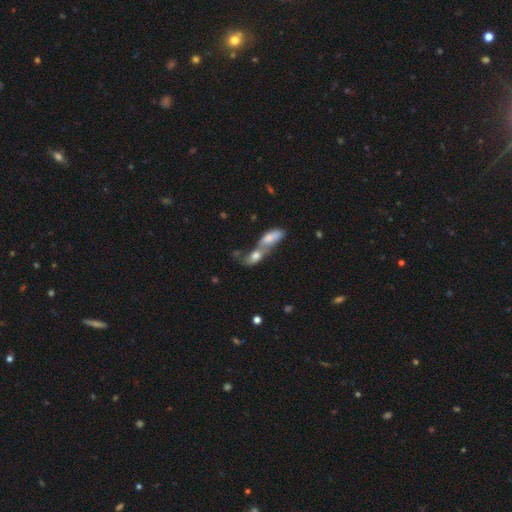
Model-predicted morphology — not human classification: Q: Smooth or featured?
A: smooth (70%); runner-up: featured or disk (21%)
Q: How rounded?
A: in between (73%); runner-up: cigar-shaped (18%)
Q: Merging?
A: merger (78%); runner-up: none (12%)